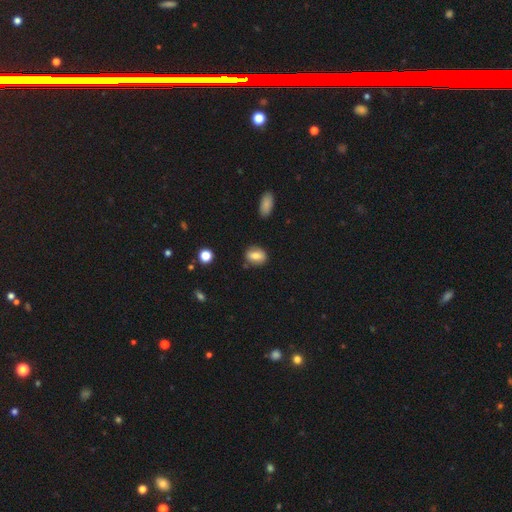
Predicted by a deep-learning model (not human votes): smooth_or_featured: smooth (p=0.73) [alt: featured or disk p=0.18]
how_rounded: in between (p=0.66) [alt: round p=0.31]
merging: none (p=0.80) [alt: minor disturbance p=0.13]